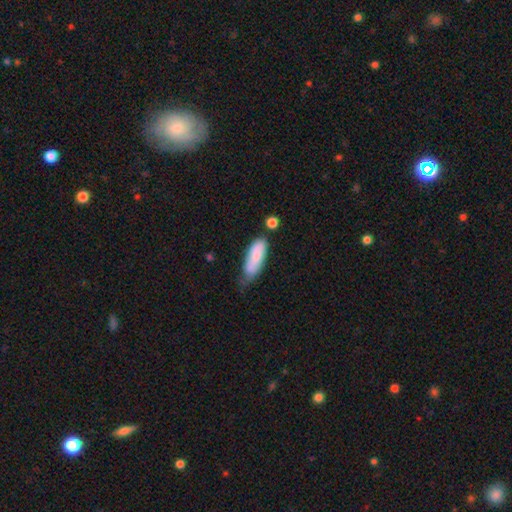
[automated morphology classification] smooth 77%, featured or disk 17%, star or artifact 6%. Down the decision tree: how rounded — in between (65%); merging — none (42%).